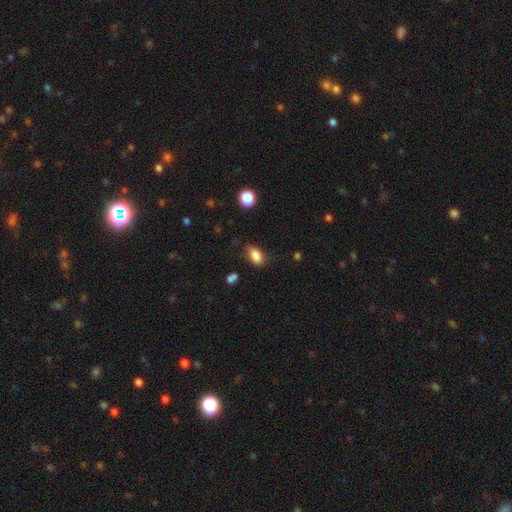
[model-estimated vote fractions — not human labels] This appears to be a smooth galaxy with no disk features (85%) that is in between round and cigar-shaped (89%). Merging: none (76%).